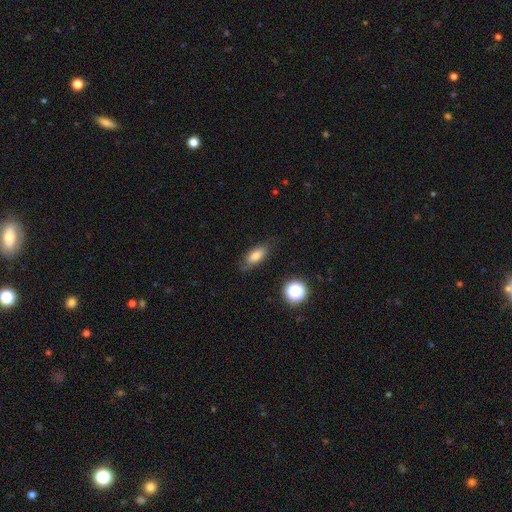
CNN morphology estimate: This appears to be a smooth galaxy with no disk features (78%) that is in between round and cigar-shaped (80%). Merging: none (77%).